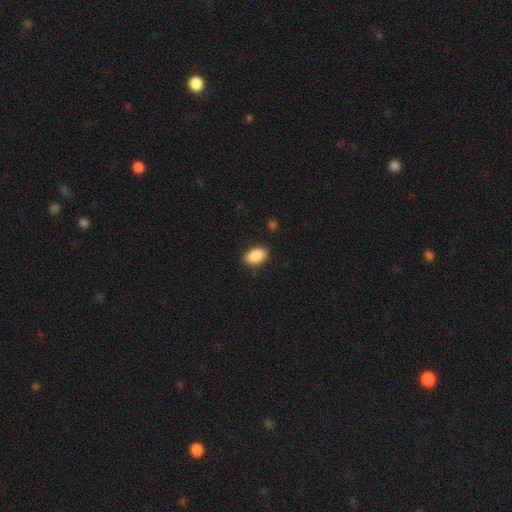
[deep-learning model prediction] smooth-or-featured: smooth: 90% | star or artifact: 7% | featured or disk: 4%
  how-rounded: in between: 89% | round: 10% | cigar-shaped: 1%
  merging: none: 88% | minor disturbance: 9% | major disturbance: 2% | merger: 1%